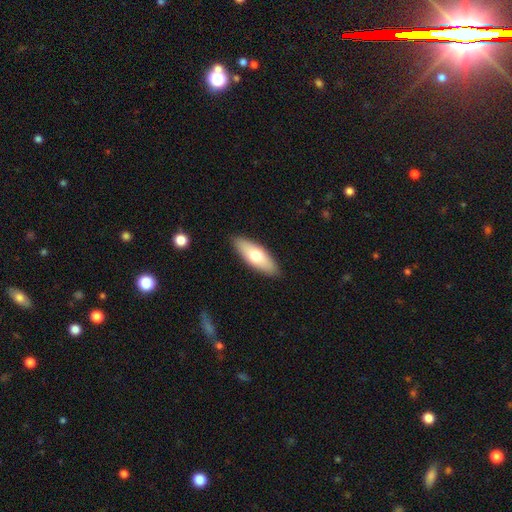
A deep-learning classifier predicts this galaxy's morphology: Smooth or featured: smooth — 67% (featured or disk — 28%)
How rounded: in between — 68% (cigar-shaped — 30%)
Merging: none — 89% (minor disturbance — 8%)